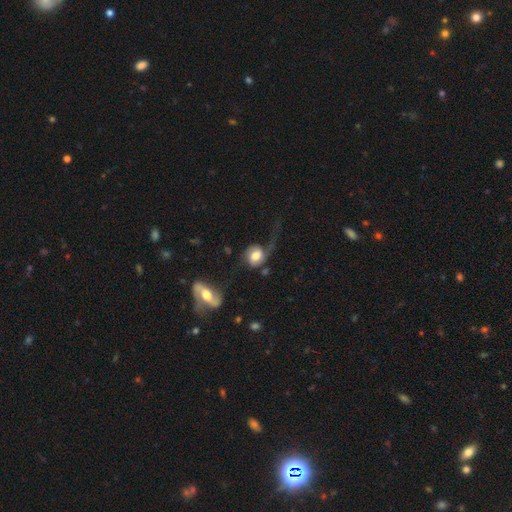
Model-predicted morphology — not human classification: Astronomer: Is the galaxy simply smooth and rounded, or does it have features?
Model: smooth — 56% (runner-up: featured or disk, 36%).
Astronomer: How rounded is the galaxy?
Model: round — 62%.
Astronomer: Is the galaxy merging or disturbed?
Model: major disturbance — 39% (runner-up: none, 31%).